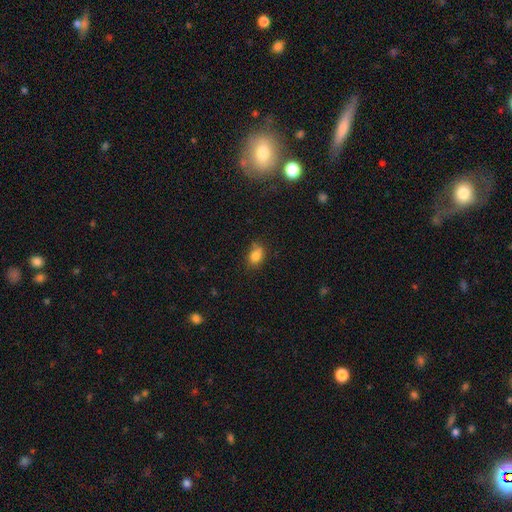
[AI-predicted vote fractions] The model was most divided on "merging": none: 69%, minor disturbance: 22%, major disturbance: 4%, merger: 4%. More confident: smooth or featured — smooth (82%); how rounded — in between (73%).